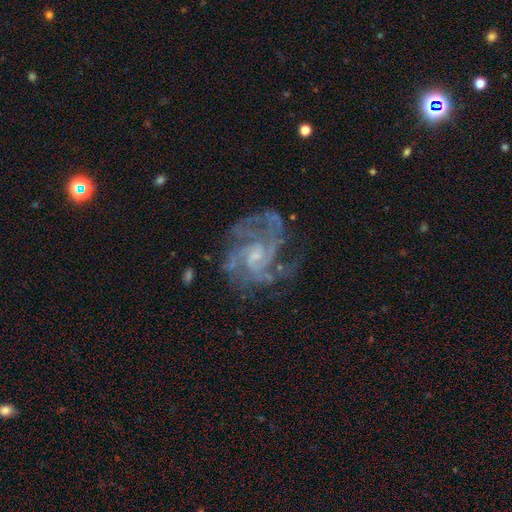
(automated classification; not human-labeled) Overall: featured or disk (87%). Edge-on disk: no (98%). Bar: no (53%; weak 40%). Spiral arms: yes (95%). Spiral arm count: 3 (28%; 2 22%). Spiral winding: medium (46%; tight 43%). Bulge size: small (60%; moderate 26%). Merging: none (62%).